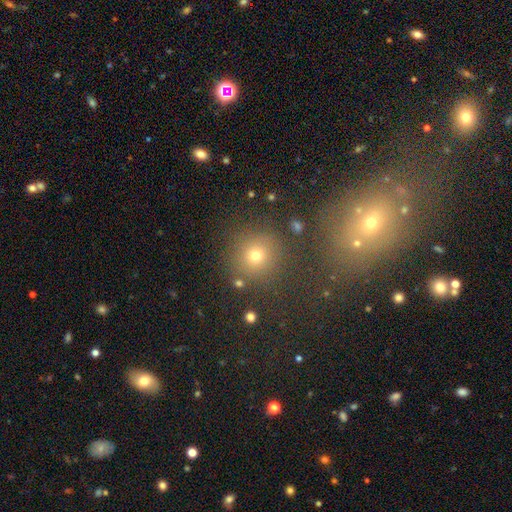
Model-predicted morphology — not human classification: A smooth galaxy with no disk features (68%) that is round (91%). Merging: none (81%).